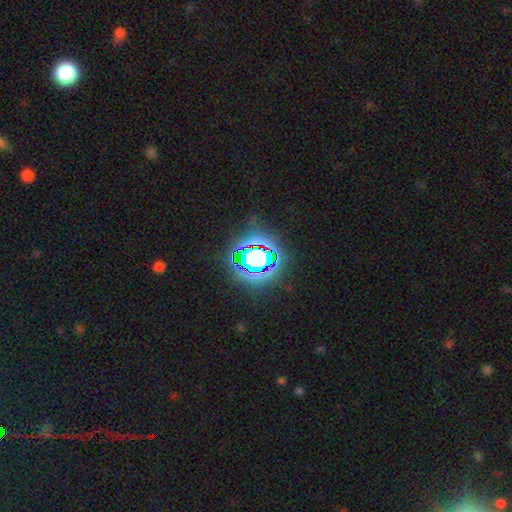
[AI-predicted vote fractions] A star or artifact, not a galaxy (70%).